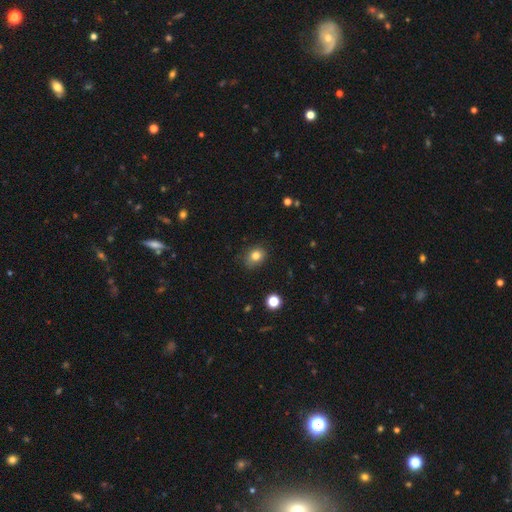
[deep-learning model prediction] Overall: smooth (81%). How rounded: round (54%; in between 45%). Merging: none (80%).